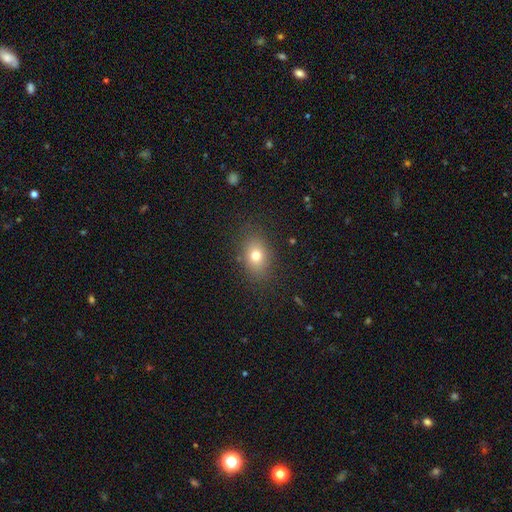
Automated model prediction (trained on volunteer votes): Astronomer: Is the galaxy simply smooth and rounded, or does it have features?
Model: smooth — 75%.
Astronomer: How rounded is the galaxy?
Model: in between — 69%.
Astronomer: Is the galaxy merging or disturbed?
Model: none — 84%.